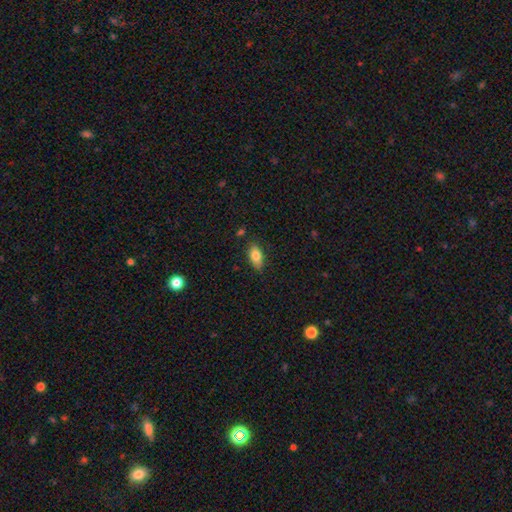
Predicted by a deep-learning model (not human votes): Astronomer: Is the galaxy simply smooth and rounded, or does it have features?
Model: smooth — 77%.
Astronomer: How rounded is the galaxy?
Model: in between — 87%.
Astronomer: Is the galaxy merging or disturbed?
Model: none — 80%.